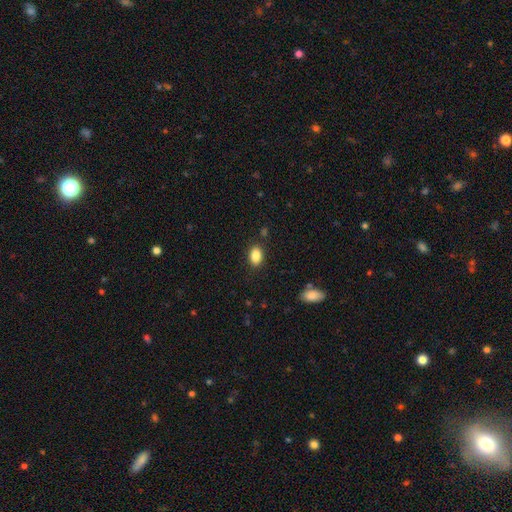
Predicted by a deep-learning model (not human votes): smooth-or-featured: smooth: 87% | star or artifact: 8% | featured or disk: 4%
  how-rounded: in between: 87% | round: 12% | cigar-shaped: 2%
  merging: none: 86% | minor disturbance: 10% | major disturbance: 3% | merger: 2%